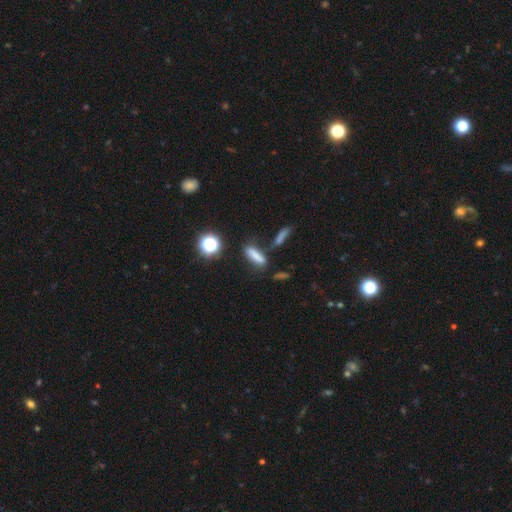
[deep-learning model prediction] Q: Smooth or featured?
A: smooth (74%); runner-up: star or artifact (15%)
Q: How rounded?
A: cigar-shaped (67%); runner-up: in between (26%)
Q: Merging?
A: none (68%); runner-up: minor disturbance (14%)